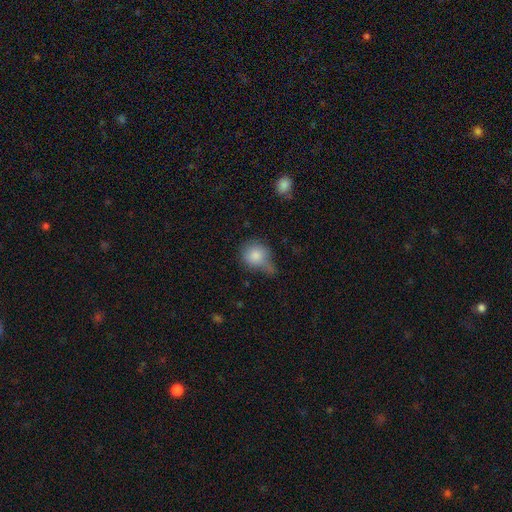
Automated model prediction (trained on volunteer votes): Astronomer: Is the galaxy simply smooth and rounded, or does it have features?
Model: smooth — 81%.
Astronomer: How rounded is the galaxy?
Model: round — 78%.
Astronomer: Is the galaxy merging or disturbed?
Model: none — 38% (runner-up: minor disturbance, 35%).